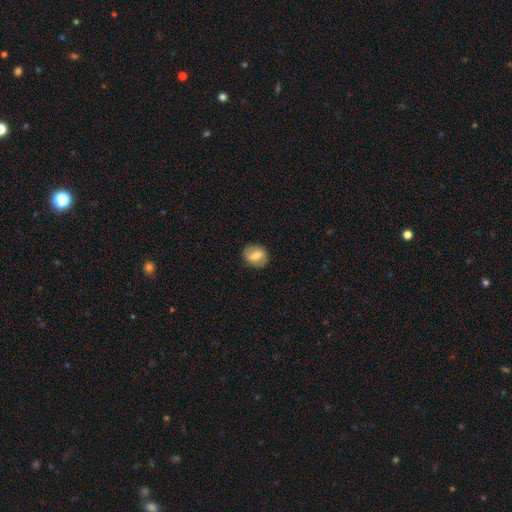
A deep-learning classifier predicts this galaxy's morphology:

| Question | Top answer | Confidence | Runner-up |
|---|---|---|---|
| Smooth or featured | smooth | 56% | featured or disk (36%) |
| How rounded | round | 51% | in between (46%) |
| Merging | none | 85% | minor disturbance (11%) |